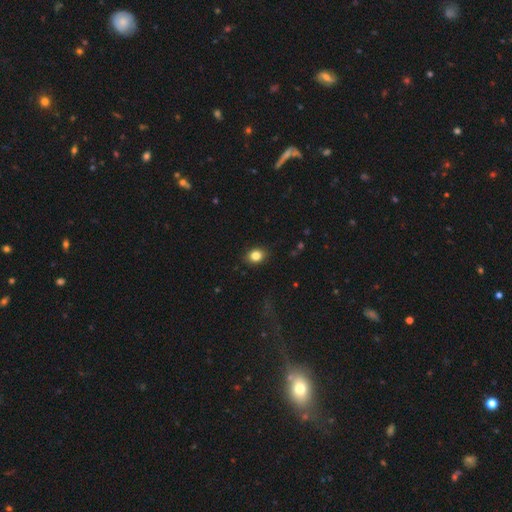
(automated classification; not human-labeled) Smooth or featured? Predicted: smooth (p=0.83). How rounded? Predicted: in between (p=0.51). Merging? Predicted: none (p=0.88).